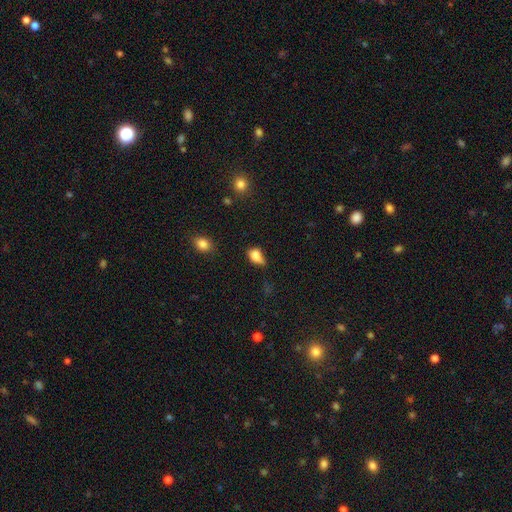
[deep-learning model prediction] This is clearly a smooth galaxy (82%). How rounded: likely in between (79%). Merging: marginally minor disturbance (41%).